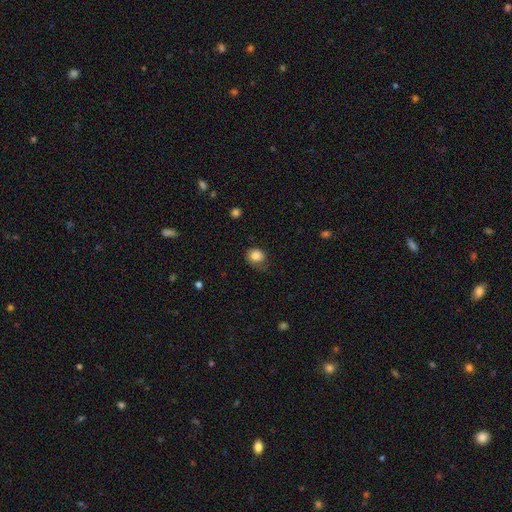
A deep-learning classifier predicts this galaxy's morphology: A smooth galaxy with no disk features (83%) that is round (65%). Merging: none (56%).